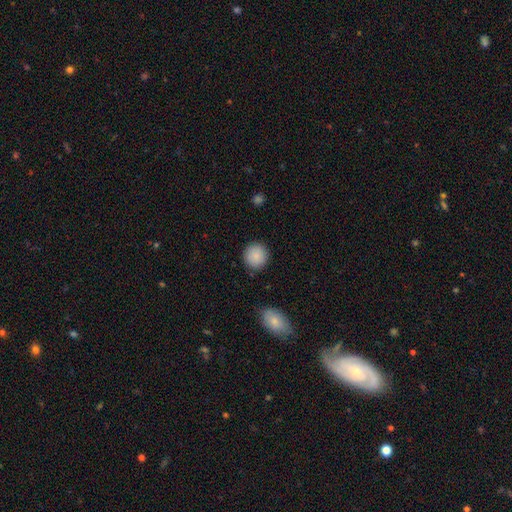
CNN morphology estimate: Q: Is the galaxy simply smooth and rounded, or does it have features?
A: smooth — 89%.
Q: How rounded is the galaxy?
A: round — 92%.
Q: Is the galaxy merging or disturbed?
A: none — 89%.